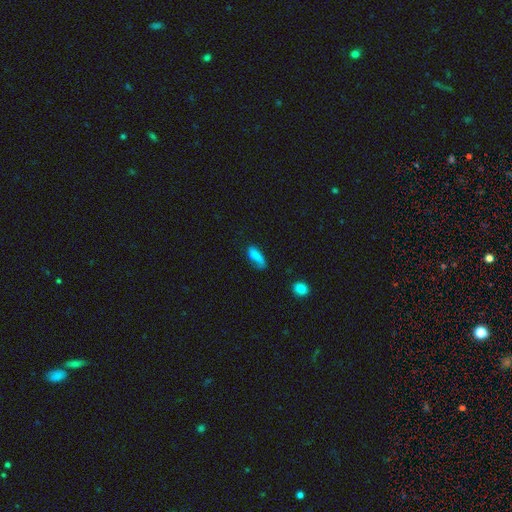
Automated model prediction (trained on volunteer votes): Smooth or featured? smooth (75%)
How rounded? in between (67%)
Merging? none (44%)